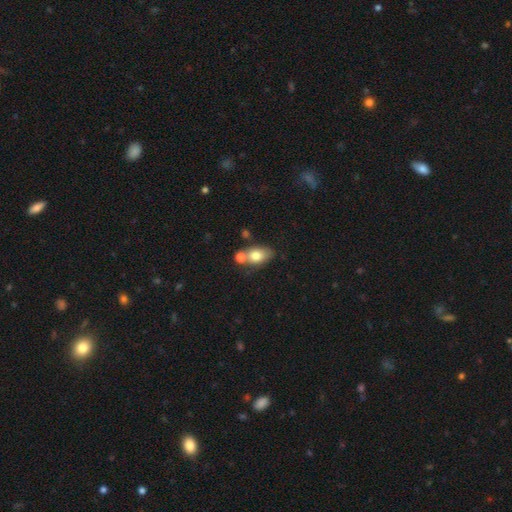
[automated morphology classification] This is likely a smooth galaxy (76%). How rounded: clearly in between (82%). Merging: marginally none (44%).